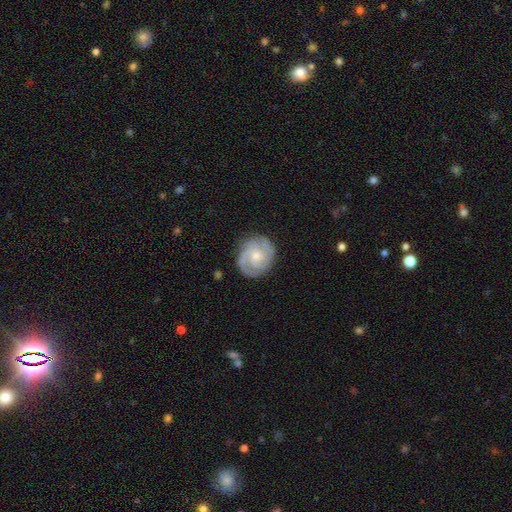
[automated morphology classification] Smooth or featured? Predicted: featured or disk (p=0.83). Edge-on disk? Predicted: no (p=0.98). Bar? Predicted: no (p=0.69). Spiral arms? Predicted: yes (p=0.96). Spiral winding? Predicted: tight (p=0.60). Spiral arm count? Predicted: 3 (p=0.39). Bulge size? Predicted: small (p=0.56). Merging? Predicted: none (p=0.80).